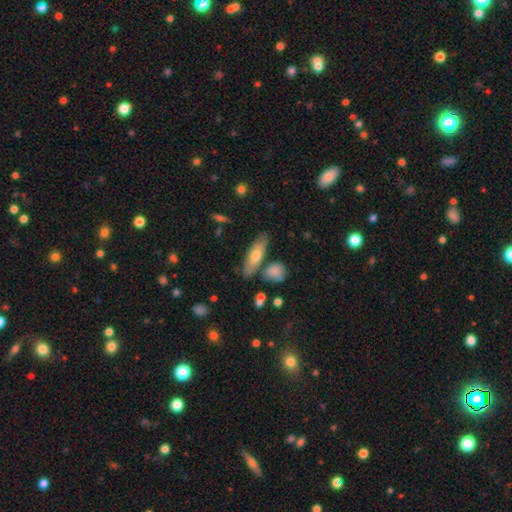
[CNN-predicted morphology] smooth_or_featured: smooth (p=0.66) [alt: featured or disk p=0.28]
how_rounded: in between (p=0.54) [alt: cigar-shaped p=0.43]
merging: none (p=0.74) [alt: minor disturbance p=0.13]